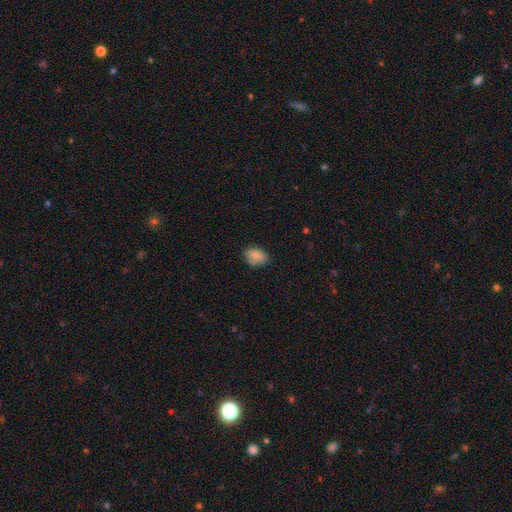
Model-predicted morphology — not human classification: Smooth or featured?
  - smooth: 84% *
  - star or artifact: 8%
  - featured or disk: 8%
How rounded?
  - in between: 79% *
  - round: 20%
  - cigar-shaped: 1%
Merging?
  - none: 71% *
  - minor disturbance: 23%
  - major disturbance: 4%
  - merger: 2%